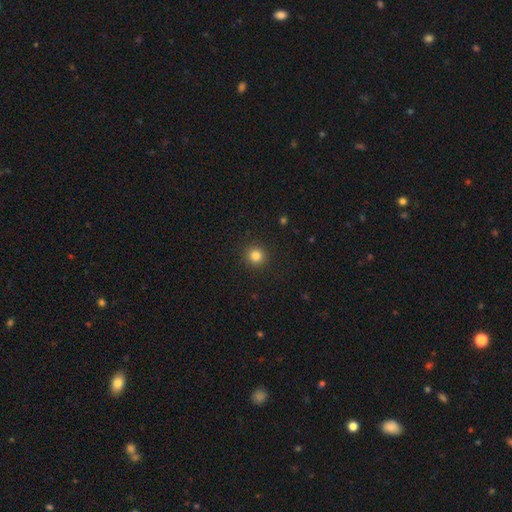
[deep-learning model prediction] A smooth galaxy with no disk features (84%) that is round (94%).

Vote fractions:
- Smooth or featured? smooth: 84% / star or artifact: 12% / featured or disk: 4%
- How rounded? round: 94% / in between: 5% / cigar-shaped: 1%
- Merging? none: 92% / minor disturbance: 5% / major disturbance: 2% / merger: 1%